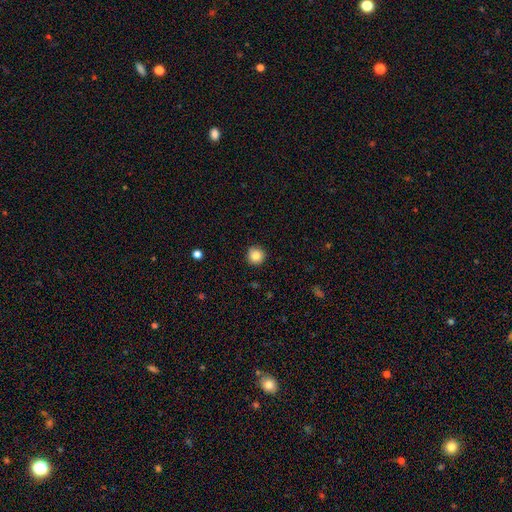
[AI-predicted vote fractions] smooth-or-featured: smooth: 85% | star or artifact: 9% | featured or disk: 5%
  how-rounded: round: 95% | in between: 4% | cigar-shaped: 1%
  merging: none: 91% | minor disturbance: 6% | major disturbance: 2% | merger: 1%